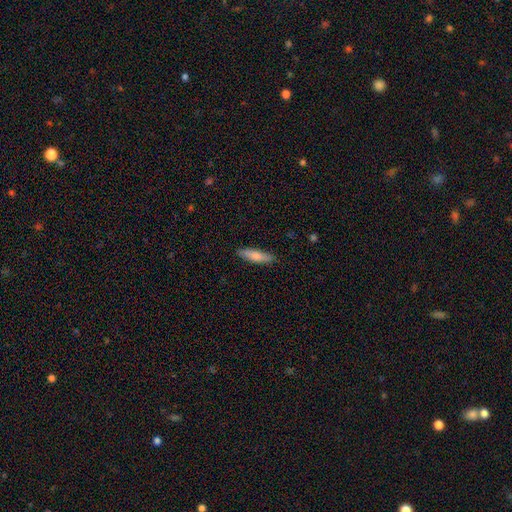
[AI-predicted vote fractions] This appears to be a smooth galaxy with no disk features (72%) that is cigar-shaped (72%). Merging: none (88%).